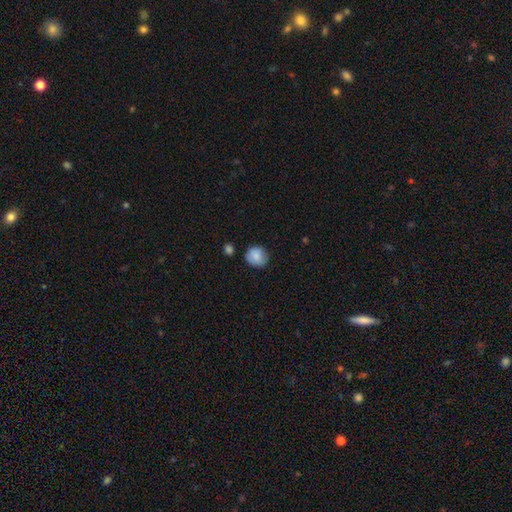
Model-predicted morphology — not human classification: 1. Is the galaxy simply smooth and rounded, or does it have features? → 85% smooth, 8% star or artifact, 7% featured or disk.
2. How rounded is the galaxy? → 82% round, 17% in between, 1% cigar-shaped.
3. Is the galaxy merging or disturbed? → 78% none, 16% minor disturbance, 3% major disturbance, 3% merger.